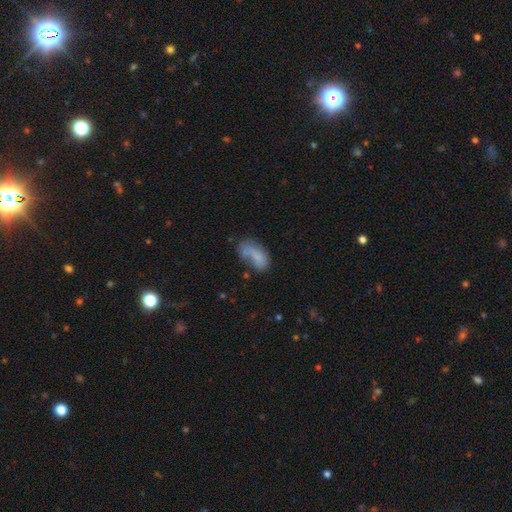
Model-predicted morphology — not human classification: A smooth galaxy with no disk features (72%) that is in between round and cigar-shaped (89%). Merging: none (37%).